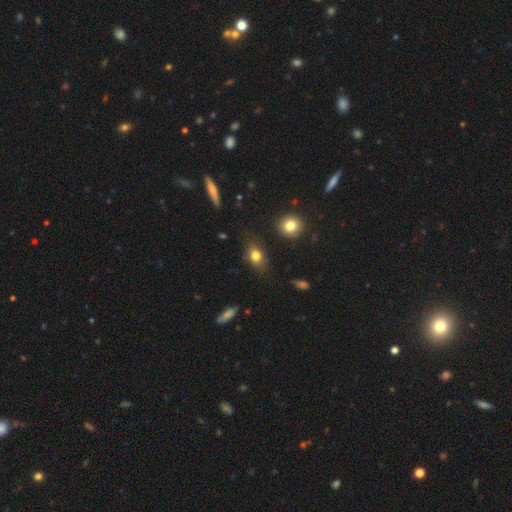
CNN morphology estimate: The model was most divided on "how rounded": in between: 72%, round: 25%, cigar-shaped: 4%. More confident: smooth or featured — smooth (78%); merging — none (76%).